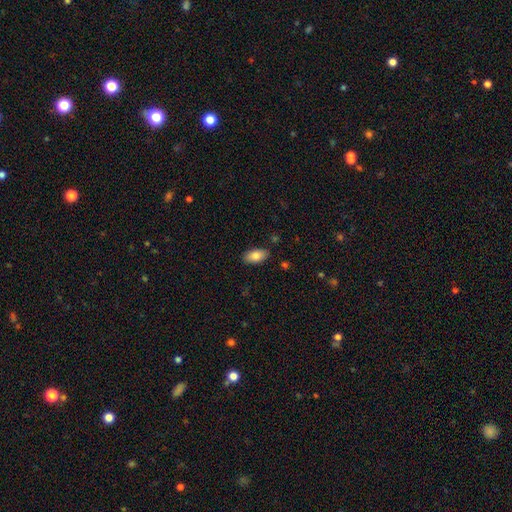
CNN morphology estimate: Smooth or featured? Predicted: smooth (p=0.83). How rounded? Predicted: in between (p=0.93). Merging? Predicted: none (p=0.87).